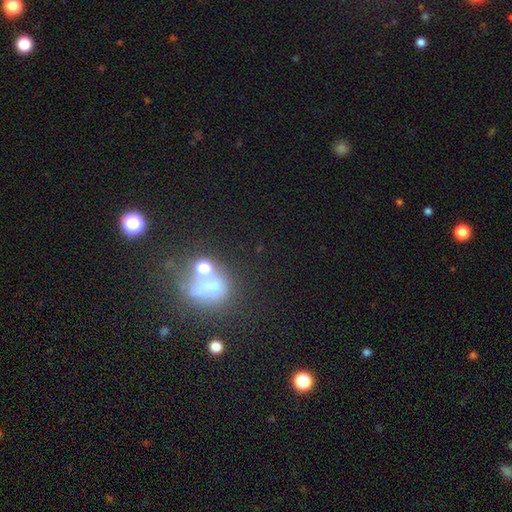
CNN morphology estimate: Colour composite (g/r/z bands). It shows a star or artifact, not a galaxy (49%).